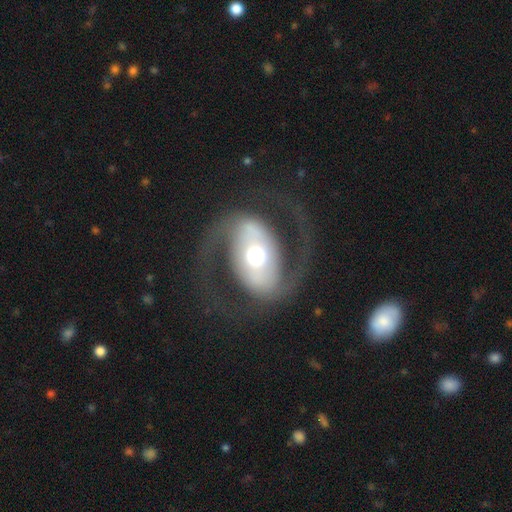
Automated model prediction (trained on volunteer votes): Smooth or featured? Predicted: featured or disk (p=0.80). Edge-on disk? Predicted: no (p=0.95). Bar? Predicted: no (p=0.46). Spiral arms? Predicted: yes (p=0.74). Spiral winding? Predicted: medium (p=0.44). Spiral arm count? Predicted: 2 (p=0.91). Bulge size? Predicted: moderate (p=0.61). Merging? Predicted: none (p=0.72).